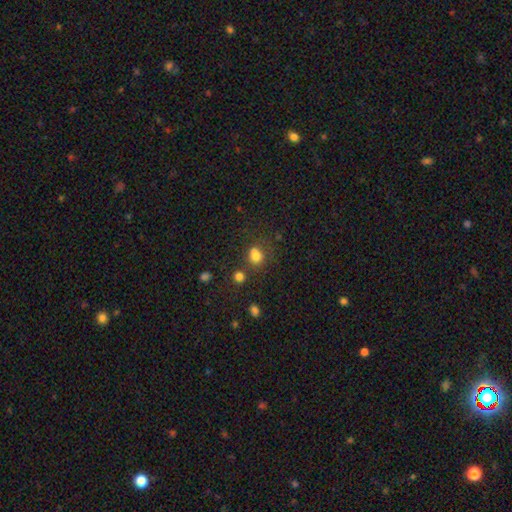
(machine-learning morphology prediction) The model was most divided on "merging": none: 48%, merger: 29%, minor disturbance: 15%, major disturbance: 8%. More confident: smooth or featured — smooth (76%); how rounded — round (60%).